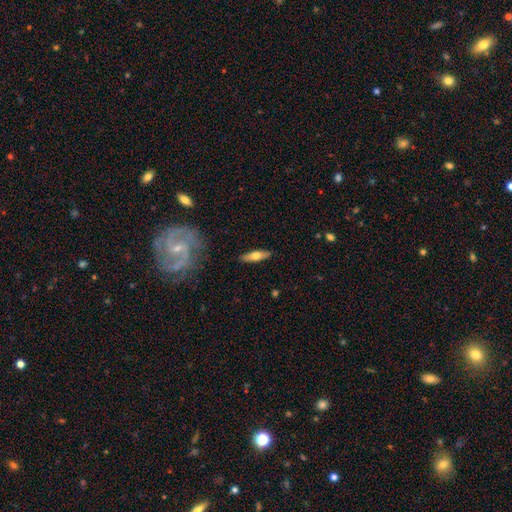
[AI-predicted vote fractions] smooth-or-featured: smooth: 55% | featured or disk: 39% | star or artifact: 6%
  how-rounded: cigar-shaped: 58% | in between: 39% | round: 3%
  merging: none: 89% | minor disturbance: 8% | major disturbance: 2% | merger: 1%